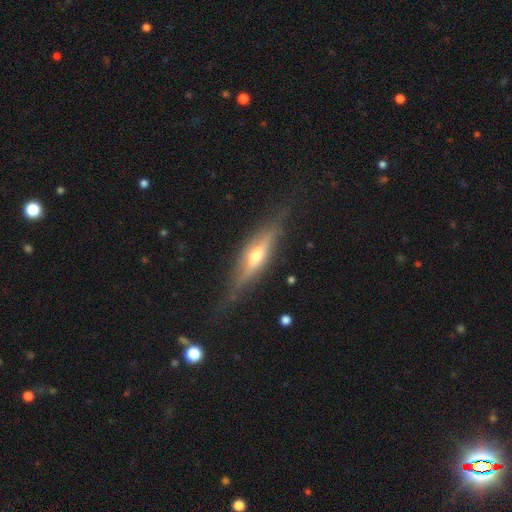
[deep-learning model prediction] The model was most divided on "smooth or featured": featured or disk: 69%, smooth: 25%, star or artifact: 7%. More confident: edge-on disk — yes (92%); edge-on bulge — rounded (87%); merging — none (79%).